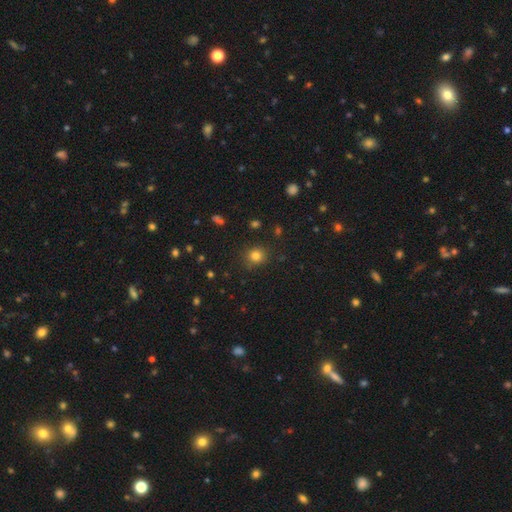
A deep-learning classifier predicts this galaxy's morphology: Smooth or featured: smooth — 81% (star or artifact — 14%)
How rounded: round — 86% (in between — 13%)
Merging: none — 86% (minor disturbance — 9%)